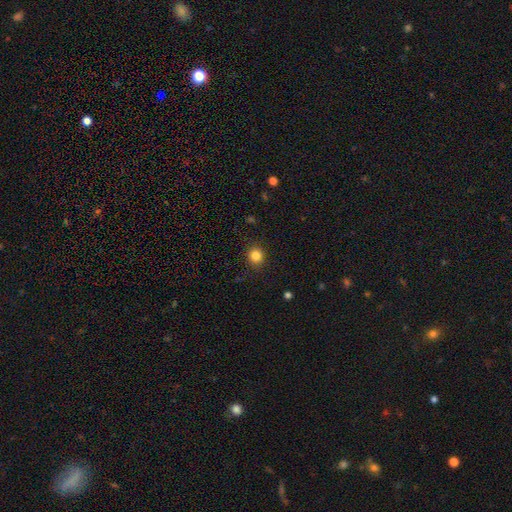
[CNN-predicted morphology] The model was most divided on "smooth or featured": smooth: 83%, star or artifact: 12%, featured or disk: 5%. More confident: merging — none (90%); how rounded — round (89%).